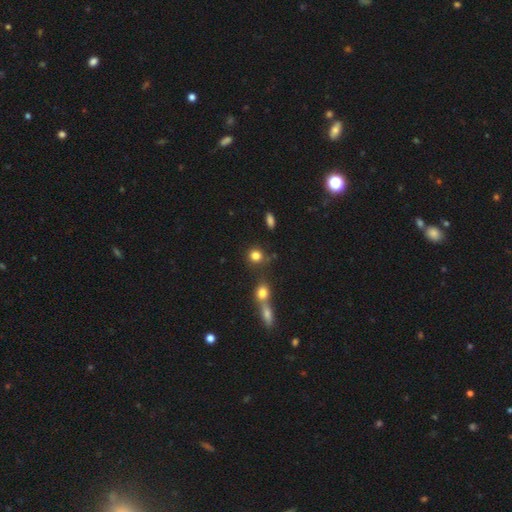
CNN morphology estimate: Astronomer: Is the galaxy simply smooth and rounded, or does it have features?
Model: smooth — 81%.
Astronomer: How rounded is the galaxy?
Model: round — 82%.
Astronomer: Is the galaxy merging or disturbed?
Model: none — 67%.